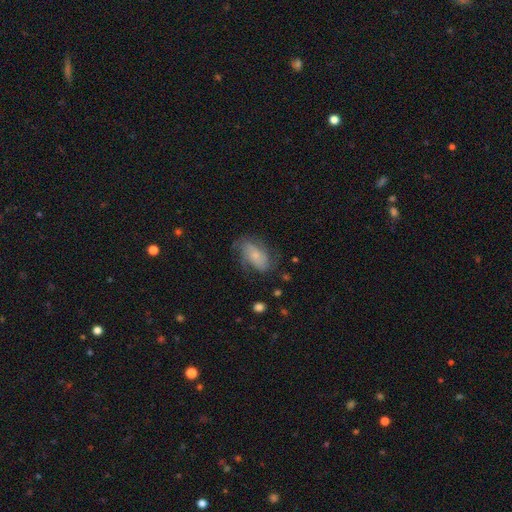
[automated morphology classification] Smooth or featured? featured or disk (51%)
Edge-on disk? no (94%)
Merging? none (59%)